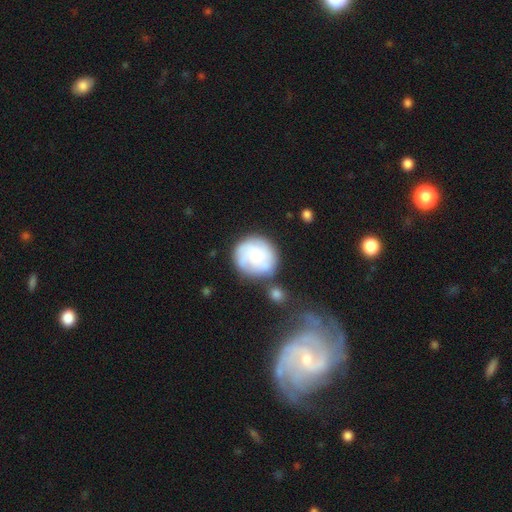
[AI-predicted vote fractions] Q: Smooth or featured?
A: smooth (51%); runner-up: featured or disk (41%)
Q: How rounded?
A: round (87%); runner-up: in between (12%)
Q: Merging?
A: none (61%); runner-up: minor disturbance (19%)